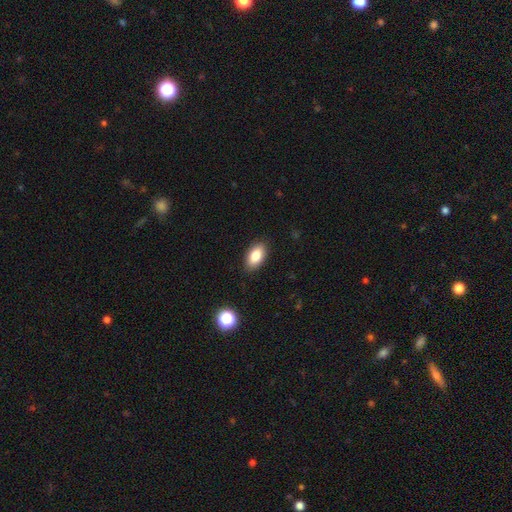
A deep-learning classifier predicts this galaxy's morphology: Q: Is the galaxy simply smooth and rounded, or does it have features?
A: smooth — 84%.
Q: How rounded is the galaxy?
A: in between — 93%.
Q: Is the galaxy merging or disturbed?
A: none — 88%.